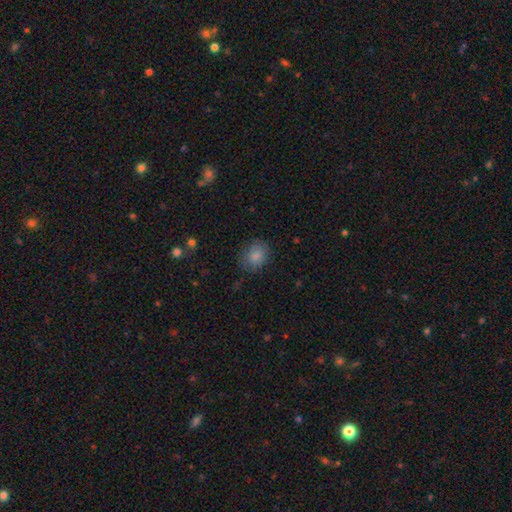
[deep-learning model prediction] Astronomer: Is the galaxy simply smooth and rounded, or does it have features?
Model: smooth — 85%.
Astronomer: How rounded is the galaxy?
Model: round — 50% (runner-up: in between, 49%).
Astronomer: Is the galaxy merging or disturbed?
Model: none — 77%.